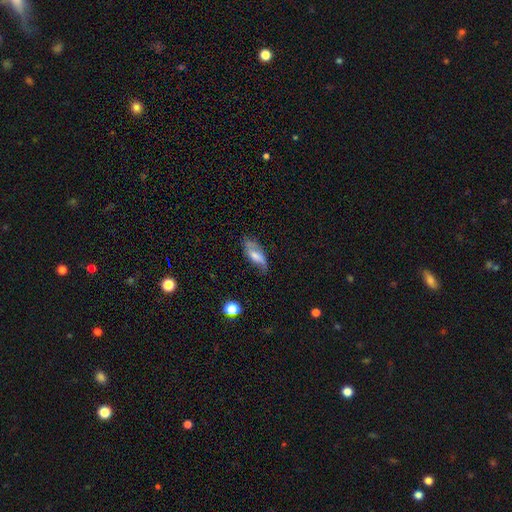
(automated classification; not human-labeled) Q: Smooth or featured?
A: smooth (48%); runner-up: featured or disk (44%)
Q: Merging?
A: none (53%); runner-up: minor disturbance (31%)